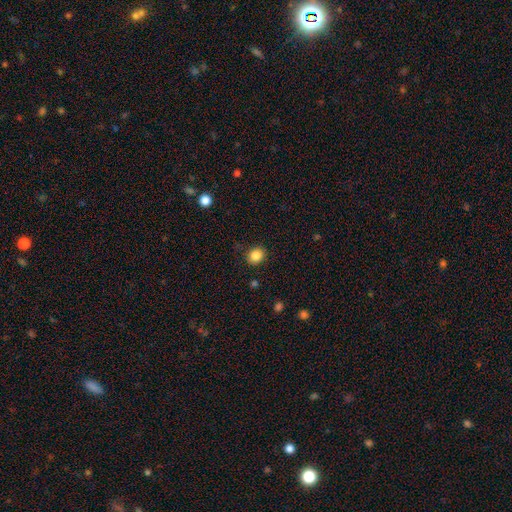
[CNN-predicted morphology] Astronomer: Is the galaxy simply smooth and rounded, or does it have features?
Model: smooth — 85%.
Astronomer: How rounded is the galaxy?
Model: round — 73%.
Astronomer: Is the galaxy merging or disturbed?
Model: none — 87%.